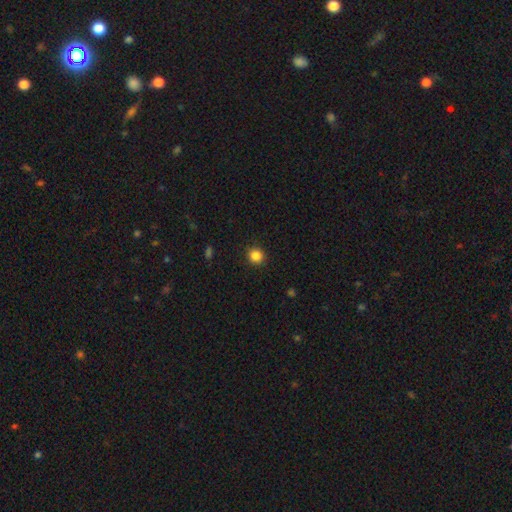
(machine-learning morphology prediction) This is clearly a smooth galaxy (85%). How rounded: clearly round (92%). Merging: clearly none (91%).